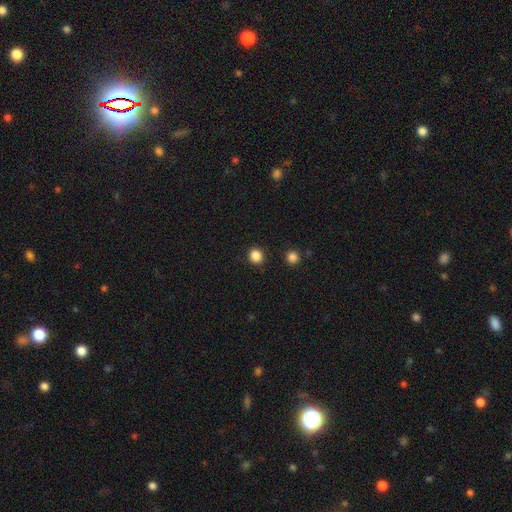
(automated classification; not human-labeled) The model was most divided on "how rounded": round: 81%, in between: 18%, cigar-shaped: 1%. More confident: merging — none (89%); smooth or featured — smooth (85%).